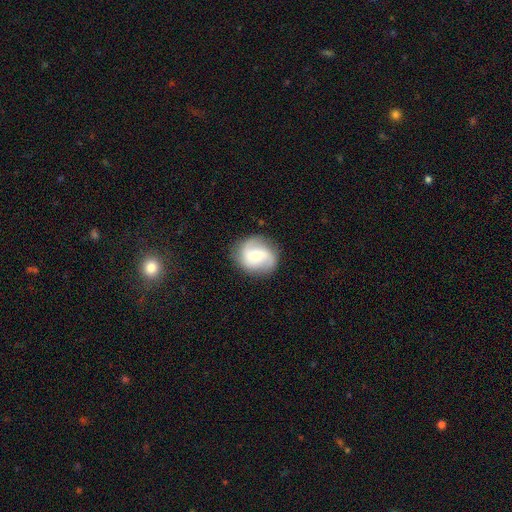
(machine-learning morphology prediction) type=featured or disk (62%); edge-on=no (97%); bar=no (45%); spiral arms=yes (90%); winding=medium (42%); arm count=2 (76%); bulge=moderate (50%); merging=none (79%).